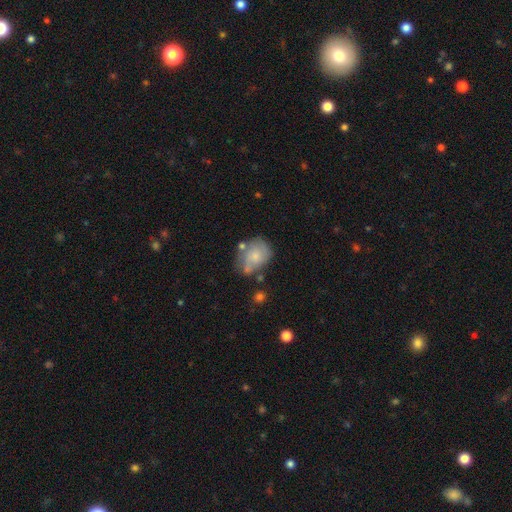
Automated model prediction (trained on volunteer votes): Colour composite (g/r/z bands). It shows a smooth galaxy with no disk features (52%) that is in between round and cigar-shaped (52%). Merging: none (45%).